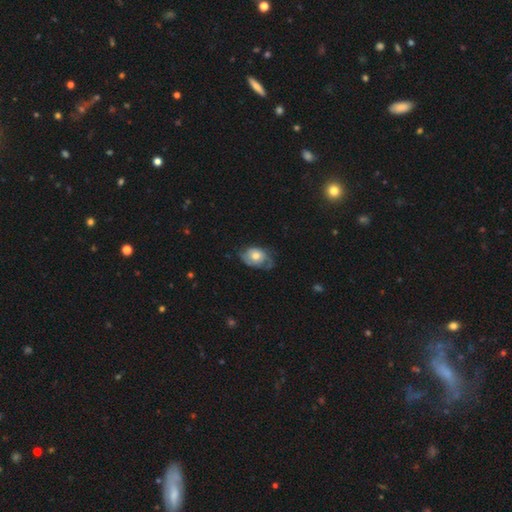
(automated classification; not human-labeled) Smooth or featured? Predicted: featured or disk (p=0.56). Edge-on disk? Predicted: no (p=0.95). Bar? Predicted: no (p=0.81). Spiral arms? Predicted: yes (p=0.77). Bulge size? Predicted: moderate (p=0.67). Merging? Predicted: none (p=0.54).